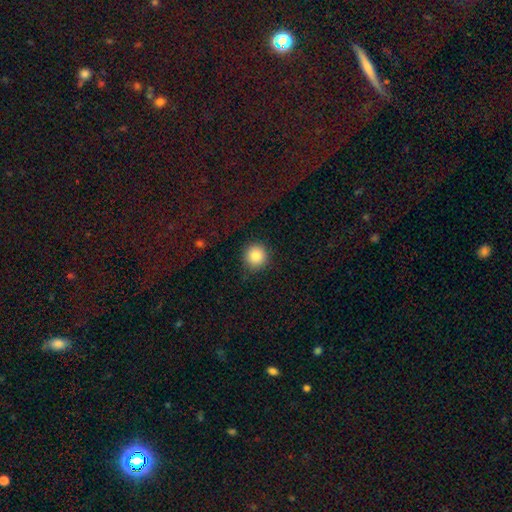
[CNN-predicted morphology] smooth-or-featured: smooth: 86% | star or artifact: 9% | featured or disk: 5%
  how-rounded: round: 94% | in between: 5% | cigar-shaped: 1%
  merging: none: 89% | minor disturbance: 7% | major disturbance: 3% | merger: 1%